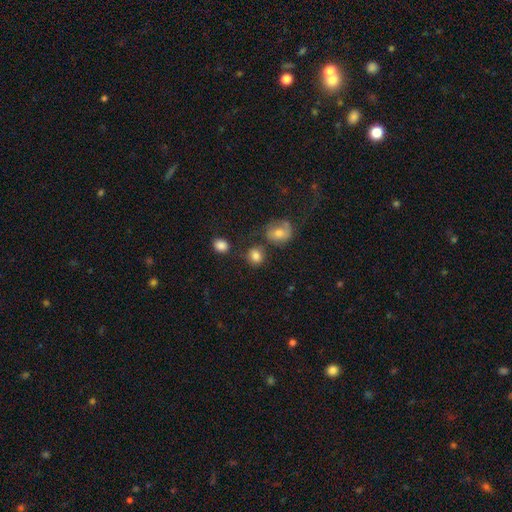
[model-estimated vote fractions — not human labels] Smooth or featured?
  - smooth: 82% *
  - star or artifact: 11%
  - featured or disk: 7%
How rounded?
  - round: 74% *
  - in between: 25%
  - cigar-shaped: 1%
Merging?
  - none: 68% *
  - minor disturbance: 14%
  - merger: 13%
  - major disturbance: 5%